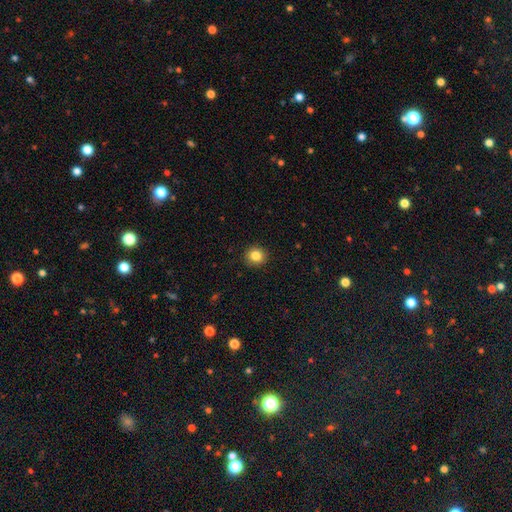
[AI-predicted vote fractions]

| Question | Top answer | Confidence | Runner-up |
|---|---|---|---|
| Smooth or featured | smooth | 85% | star or artifact (10%) |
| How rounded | round | 89% | in between (11%) |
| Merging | none | 91% | minor disturbance (6%) |